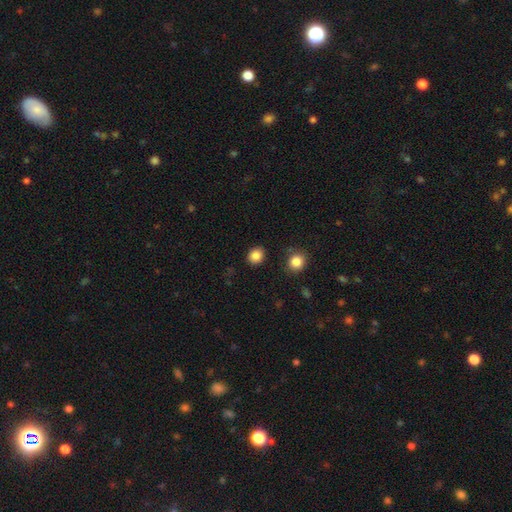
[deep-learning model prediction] Smooth or featured? smooth (86%)
How rounded? round (75%)
Merging? none (88%)